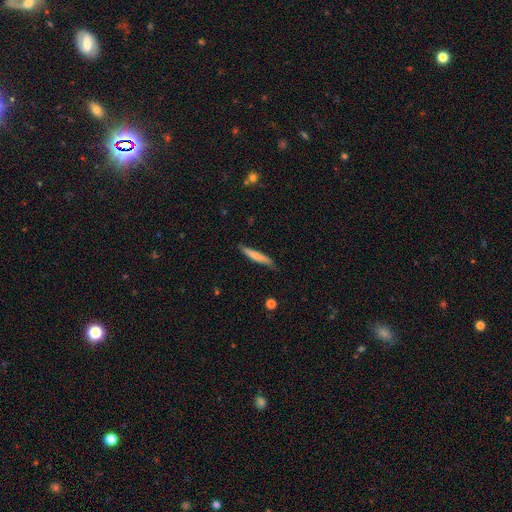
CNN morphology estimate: This is likely a smooth galaxy (71%). How rounded: clearly cigar-shaped (93%). Merging: likely none (77%).